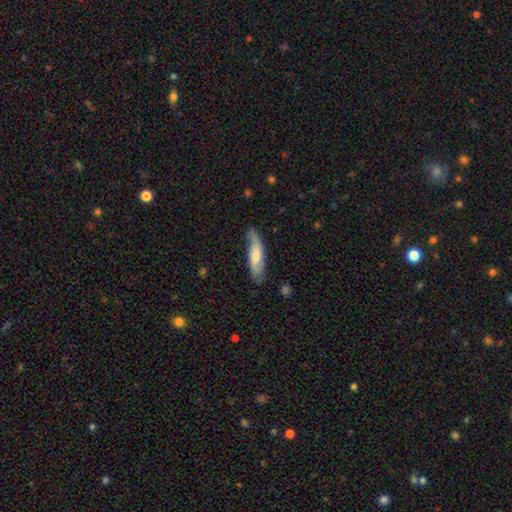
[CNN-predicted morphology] This appears to be a smooth galaxy with no disk features (48%). Merging: none (69%).